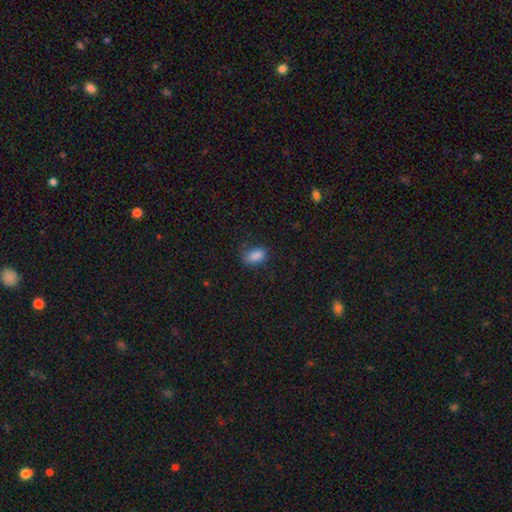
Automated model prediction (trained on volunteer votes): A smooth galaxy with no disk features (86%) that is in between round and cigar-shaped (90%). Merging: none (70%).